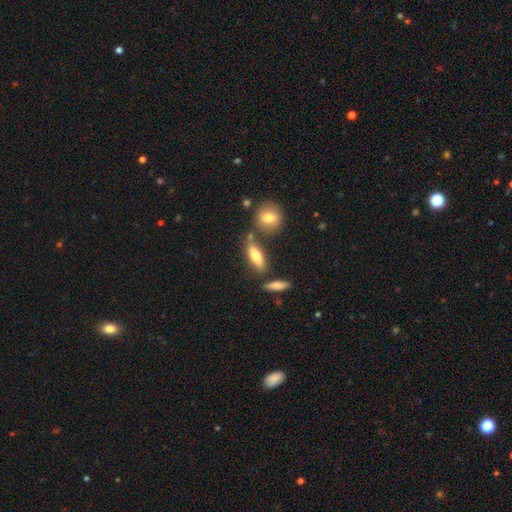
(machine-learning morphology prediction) Overall: smooth (75%). How rounded: in between (57%; cigar-shaped 39%). Merging: none (68%).